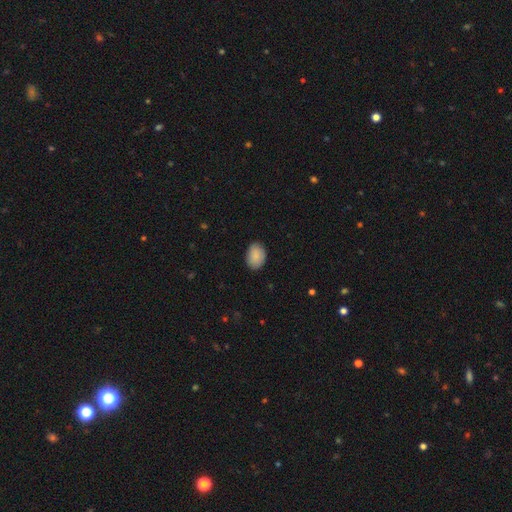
Overall: smooth (92%). How rounded: in between (83%). Merging: none (94%).